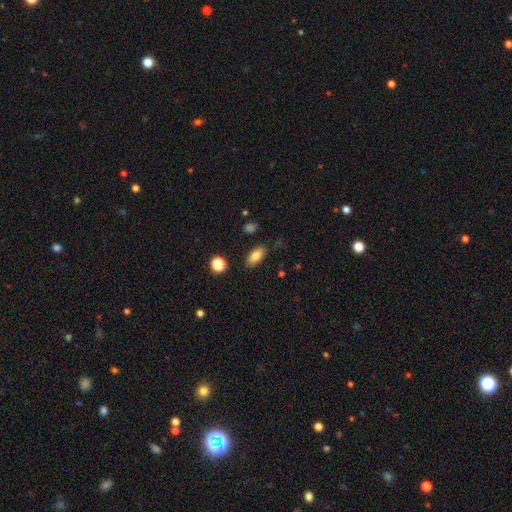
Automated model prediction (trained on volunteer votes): Q: Smooth or featured?
A: smooth (82%); runner-up: featured or disk (10%)
Q: How rounded?
A: in between (87%); runner-up: cigar-shaped (8%)
Q: Merging?
A: none (84%); runner-up: minor disturbance (11%)